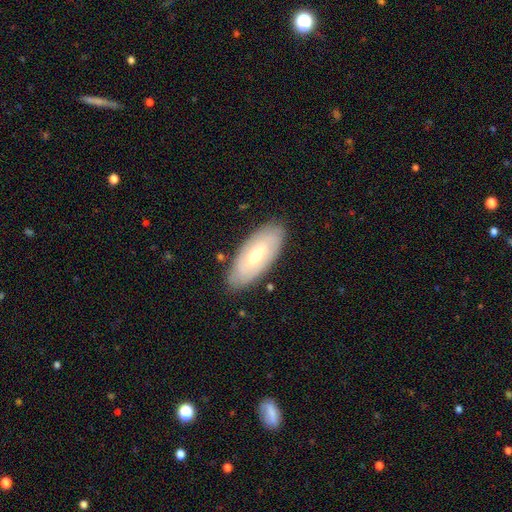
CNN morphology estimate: Smooth or featured: featured or disk — 60% (smooth — 34%)
Edge-on disk: no — 86% (yes — 14%)
Bar: weak — 46% (no — 37%)
Spiral arms: yes — 66% (no — 34%)
Bulge size: moderate — 49% (small — 47%)
Merging: none — 84% (minor disturbance — 12%)